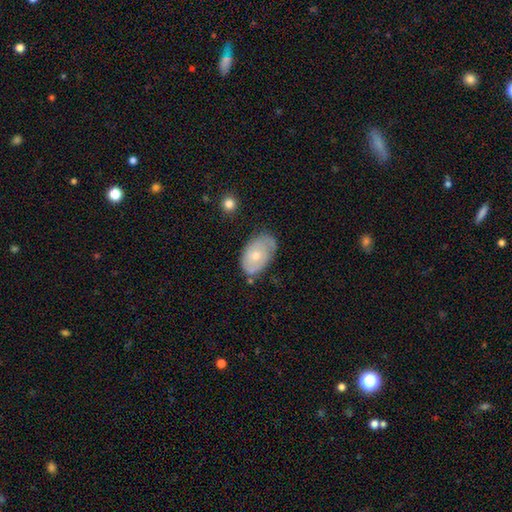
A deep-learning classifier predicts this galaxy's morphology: Overall: smooth (49%; featured or disk 44%). Merging: none (56%; minor disturbance 31%).